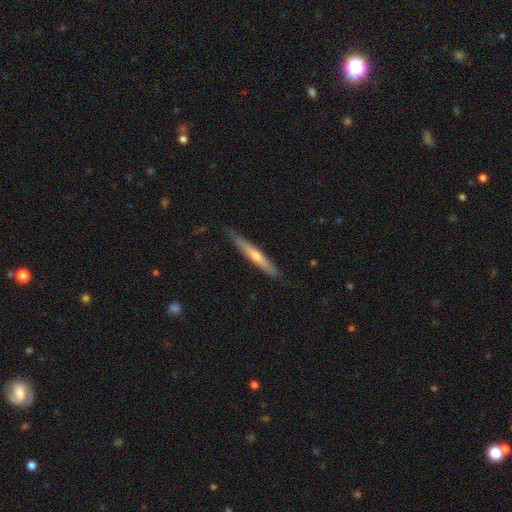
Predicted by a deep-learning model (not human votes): A featured or disk galaxy (58%) viewed edge-on (95%) with a rounded central bulge (67%). Merging: none (85%).